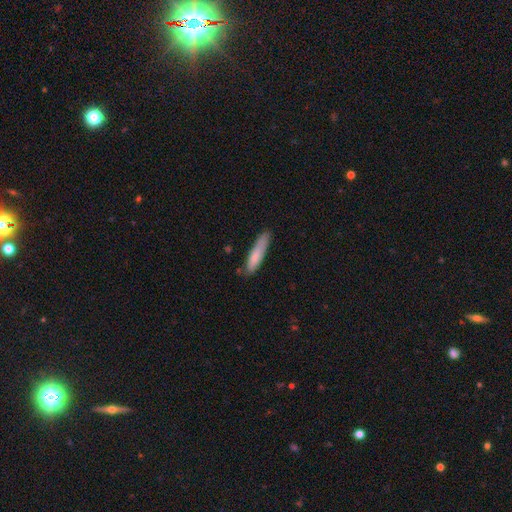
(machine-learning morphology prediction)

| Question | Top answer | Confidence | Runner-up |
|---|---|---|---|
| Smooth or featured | smooth | 79% | featured or disk (16%) |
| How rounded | cigar-shaped | 81% | in between (17%) |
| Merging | none | 70% | minor disturbance (24%) |